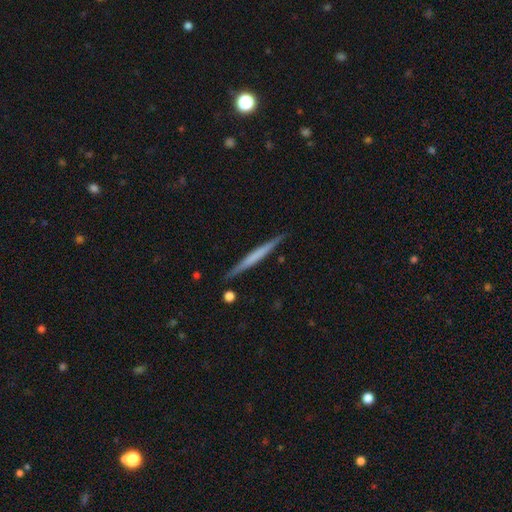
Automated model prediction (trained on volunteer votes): smooth-or-featured: featured or disk: 53% | smooth: 42% | star or artifact: 5%
  disk-edge-on: yes: 97% | no: 3%
    edge-on-bulge: none: 81% | rounded: 10% | boxy: 9%
  merging: none: 89% | minor disturbance: 8% | merger: 2% | major disturbance: 1%